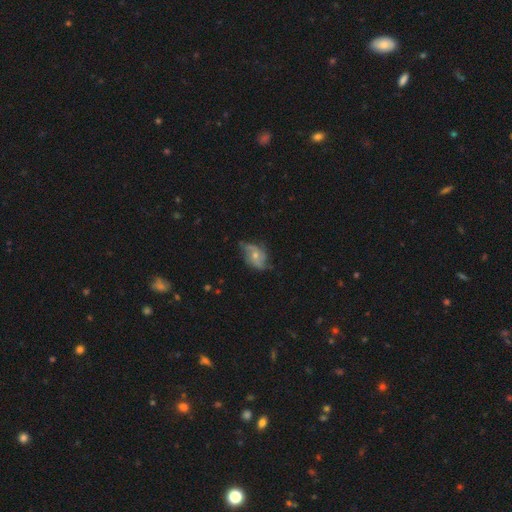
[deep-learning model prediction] Smooth or featured? featured or disk (65%)
Edge-on disk? no (95%)
Bar? no (70%)
Spiral arms? yes (83%)
Spiral winding? loose (49%)
Spiral arm count? 2 (65%)
Bulge size? moderate (50%)
Merging? none (54%)